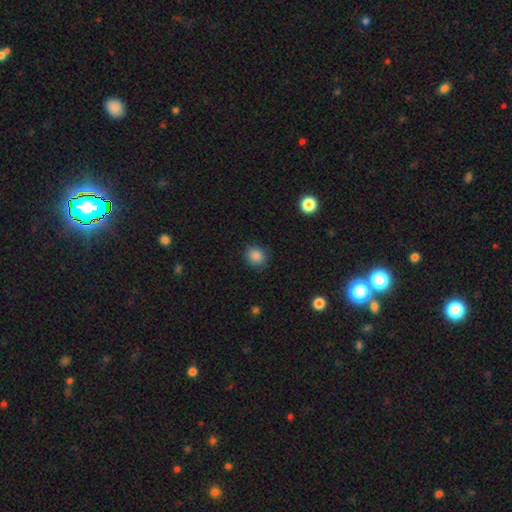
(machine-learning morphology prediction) Overall: smooth (86%). How rounded: round (83%). Merging: none (87%).